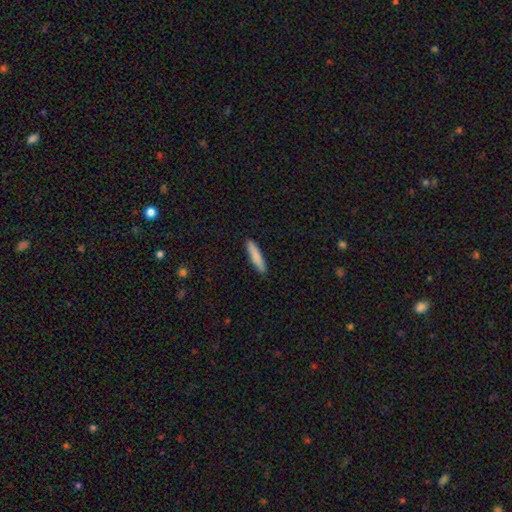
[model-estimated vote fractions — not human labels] Overall: smooth (84%). How rounded: cigar-shaped (88%). Merging: none (89%).